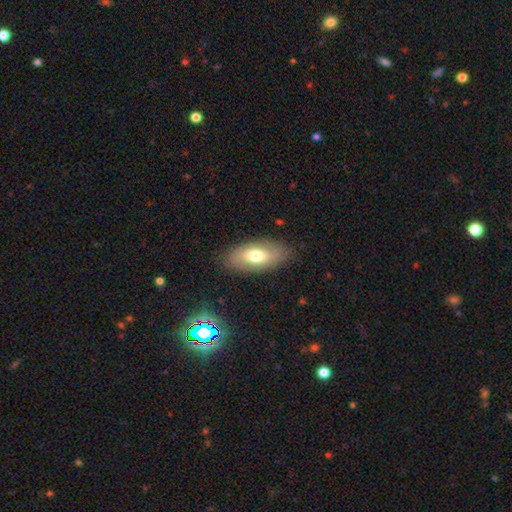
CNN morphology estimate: Smooth or featured?
  - smooth: 65% *
  - featured or disk: 28%
  - star or artifact: 7%
How rounded?
  - in between: 89% *
  - cigar-shaped: 7%
  - round: 3%
Merging?
  - none: 84% *
  - minor disturbance: 12%
  - major disturbance: 3%
  - merger: 1%